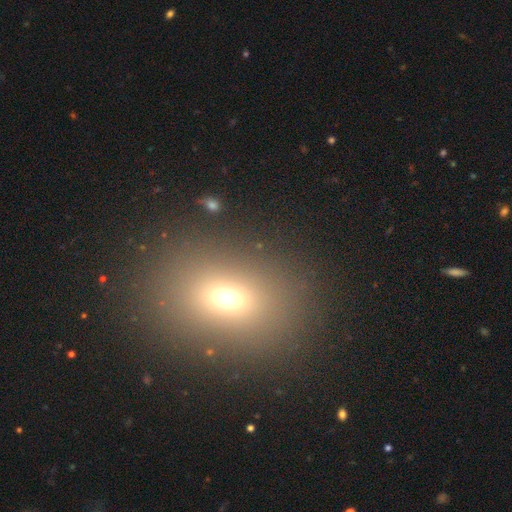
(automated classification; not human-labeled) Smooth or featured: smooth — 62% (star or artifact — 24%)
How rounded: in between — 63% (round — 34%)
Merging: none — 87% (minor disturbance — 7%)